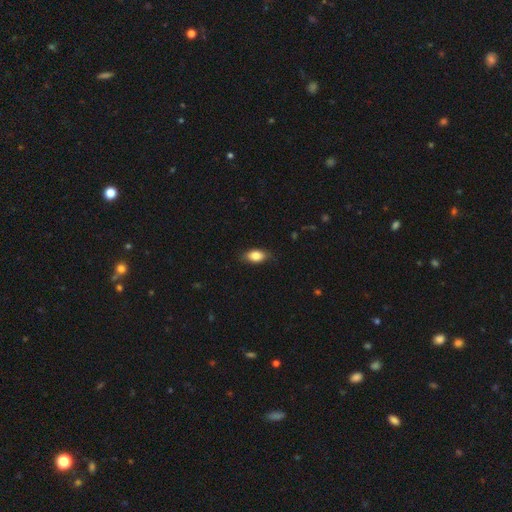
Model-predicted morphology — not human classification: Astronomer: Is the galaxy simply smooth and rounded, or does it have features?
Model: smooth — 84%.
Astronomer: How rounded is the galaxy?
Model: in between — 89%.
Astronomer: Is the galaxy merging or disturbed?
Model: none — 81%.